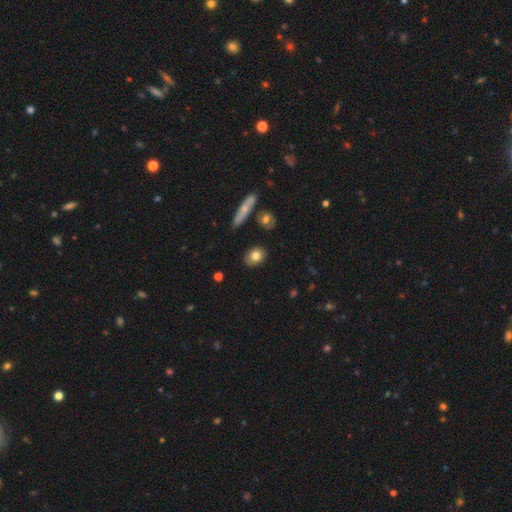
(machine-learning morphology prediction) The model was most divided on "how rounded": in between: 67%, round: 30%, cigar-shaped: 3%. More confident: merging — none (83%); smooth or featured — smooth (76%).